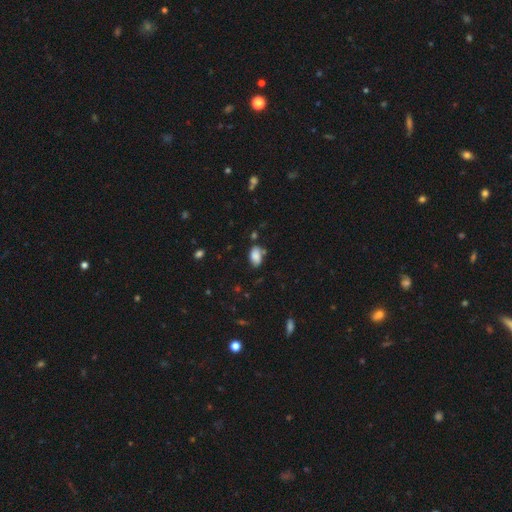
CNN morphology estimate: Smooth or featured? smooth (83%)
How rounded? in between (91%)
Merging? none (60%)